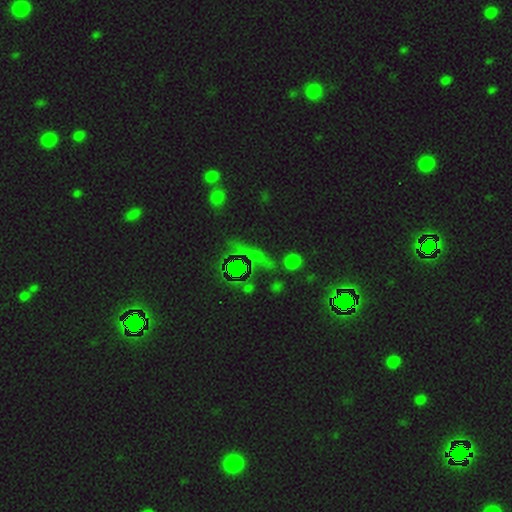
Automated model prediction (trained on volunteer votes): Morphology: type=star or artifact (60%).